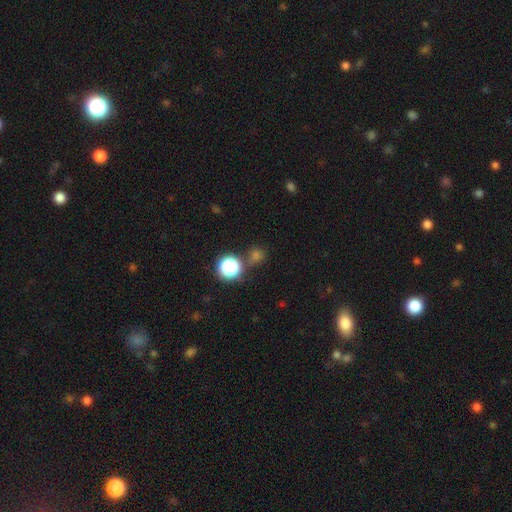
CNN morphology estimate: Overall: smooth (57%; star or artifact 37%). How rounded: round (87%). Merging: none (74%).